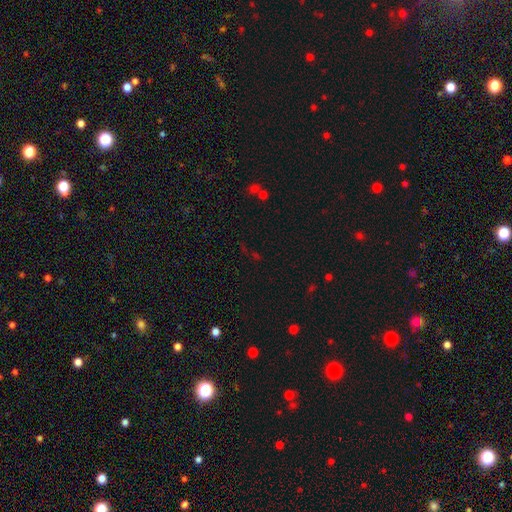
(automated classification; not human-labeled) A star or artifact, not a galaxy (64%).

Vote fractions:
- Smooth or featured? star or artifact: 64% / smooth: 26% / featured or disk: 10%